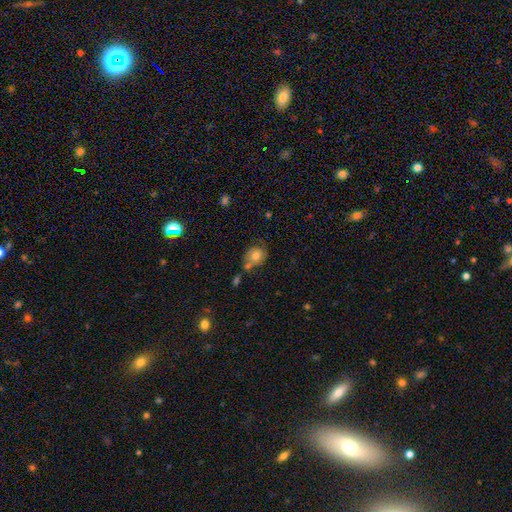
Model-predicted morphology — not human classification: Smooth or featured? Predicted: smooth (p=0.74). How rounded? Predicted: round (p=0.66). Merging? Predicted: none (p=0.52).